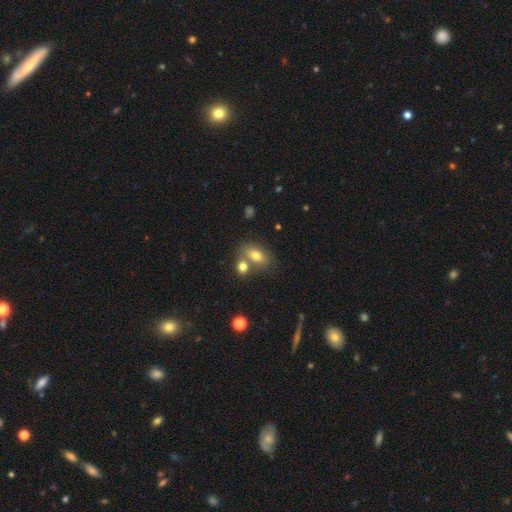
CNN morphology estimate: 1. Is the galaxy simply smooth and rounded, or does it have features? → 74% smooth, 16% featured or disk, 9% star or artifact.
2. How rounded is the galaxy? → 82% in between, 14% round, 4% cigar-shaped.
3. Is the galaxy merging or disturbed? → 49% none, 36% merger, 11% minor disturbance, 4% major disturbance.